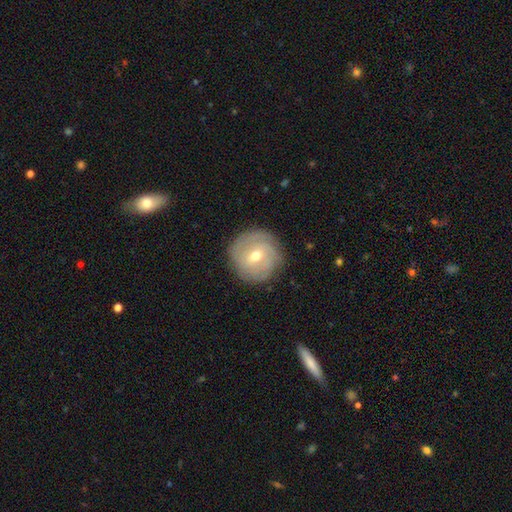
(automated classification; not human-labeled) Q: Smooth or featured?
A: featured or disk (68%); runner-up: smooth (25%)
Q: Edge-on disk?
A: no (97%); runner-up: yes (3%)
Q: Bar?
A: weak (52%); runner-up: no (36%)
Q: Spiral arms?
A: yes (84%); runner-up: no (16%)
Q: Spiral winding?
A: tight (67%); runner-up: medium (24%)
Q: Spiral arm count?
A: can't tell (42%); runner-up: 2 (20%)
Q: Bulge size?
A: moderate (58%); runner-up: small (38%)
Q: Merging?
A: none (84%); runner-up: minor disturbance (11%)